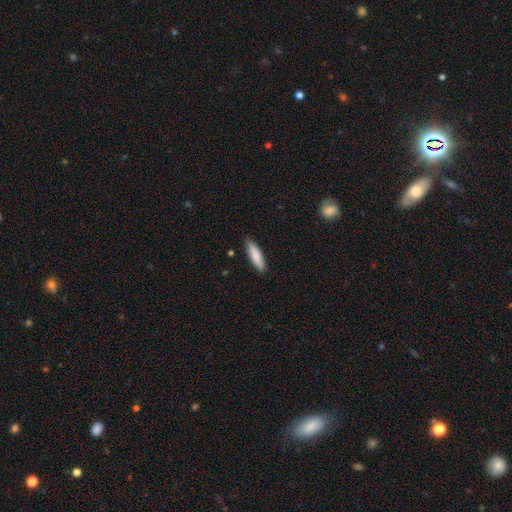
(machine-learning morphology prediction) Overall: smooth (84%). How rounded: cigar-shaped (72%). Merging: none (87%).